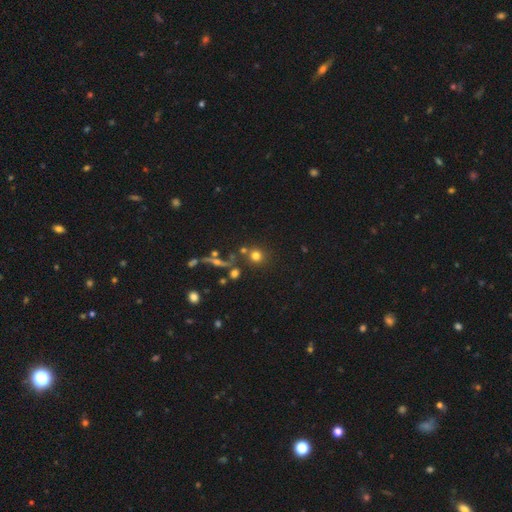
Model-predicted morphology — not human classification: This is likely a smooth galaxy (71%). How rounded: clearly round (91%). Merging: likely none (73%).